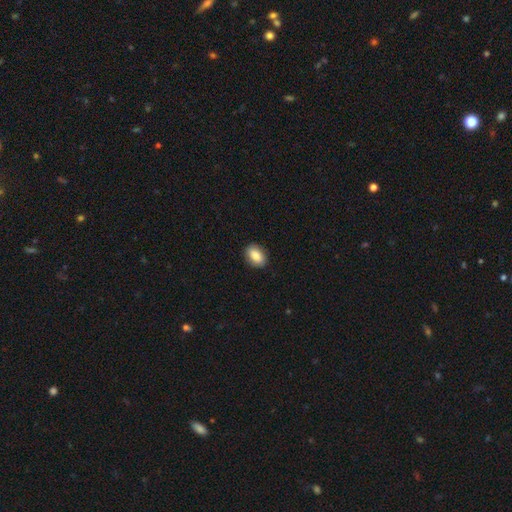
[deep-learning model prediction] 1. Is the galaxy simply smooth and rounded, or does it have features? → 85% smooth, 8% featured or disk, 7% star or artifact.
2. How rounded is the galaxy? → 86% in between, 13% round, 1% cigar-shaped.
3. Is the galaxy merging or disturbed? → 88% none, 9% minor disturbance, 2% major disturbance, 1% merger.